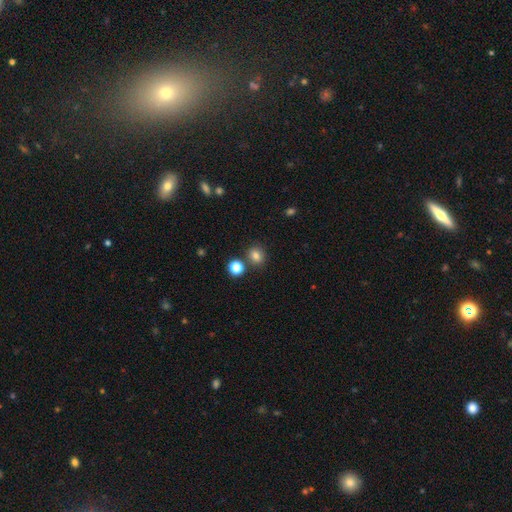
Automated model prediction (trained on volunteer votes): Smooth or featured: smooth — 81% (star or artifact — 14%)
How rounded: round — 68% (in between — 31%)
Merging: none — 79% (minor disturbance — 9%)